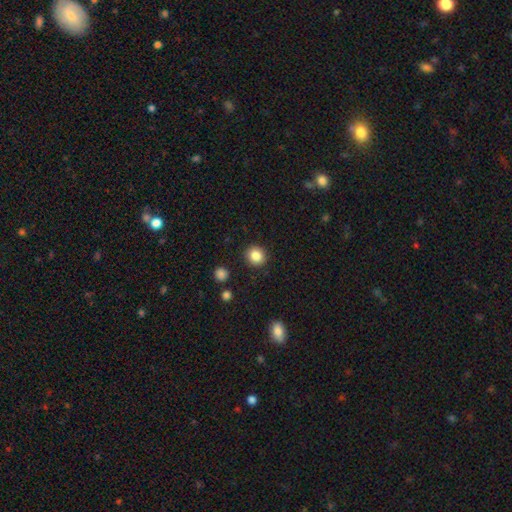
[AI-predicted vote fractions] Smooth or featured?
  - smooth: 86% *
  - star or artifact: 10%
  - featured or disk: 5%
How rounded?
  - round: 88% *
  - in between: 11%
  - cigar-shaped: 1%
Merging?
  - none: 91% *
  - minor disturbance: 6%
  - major disturbance: 2%
  - merger: 1%